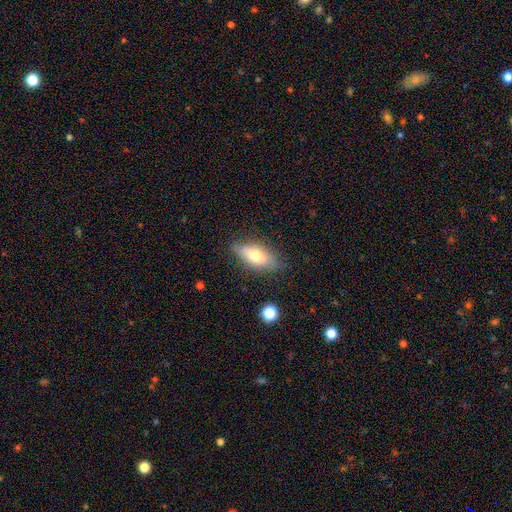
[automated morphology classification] Overall: smooth (59%; featured or disk 33%). How rounded: in between (76%). Merging: none (74%).